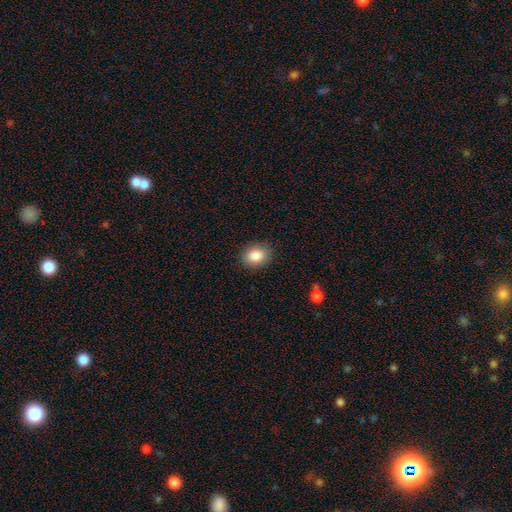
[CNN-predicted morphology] Smooth or featured?
  - smooth: 86% *
  - star or artifact: 8%
  - featured or disk: 6%
How rounded?
  - in between: 53% *
  - round: 47%
  - cigar-shaped: 1%
Merging?
  - none: 88% *
  - minor disturbance: 8%
  - major disturbance: 2%
  - merger: 1%